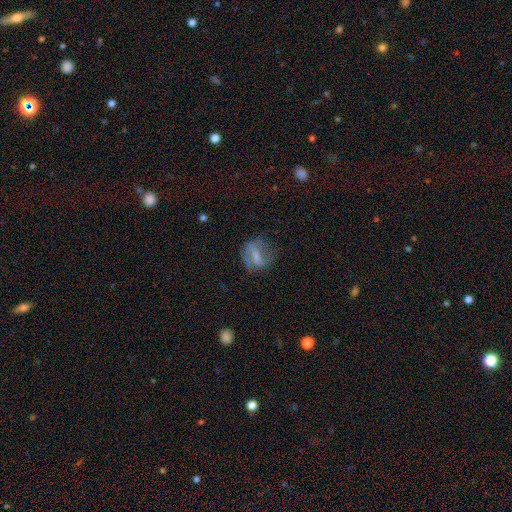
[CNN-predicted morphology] smooth-or-featured: featured or disk: 54% | smooth: 36% | star or artifact: 10%
  disk-edge-on: no: 94% | yes: 6%
    bar: strong: 41% | weak: 39% | no: 21%
    has-spiral-arms: yes: 64% | no: 36%
    bulge-size: none: 33% (tied) | small: 33% (tied) | moderate: 27% | large: 5% | dominant: 1%
  merging: none: 56% | minor disturbance: 23% | major disturbance: 19% | merger: 2%